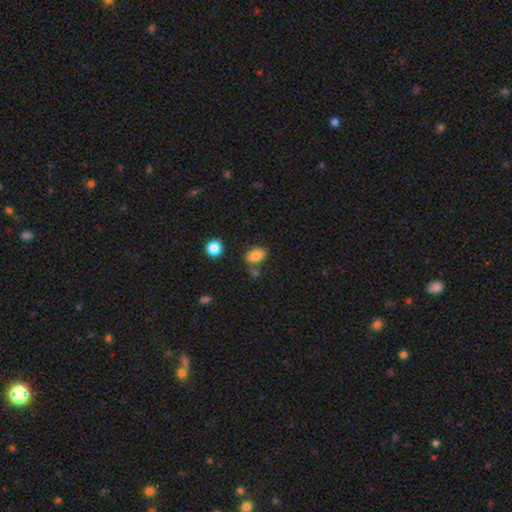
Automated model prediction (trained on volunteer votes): Smooth or featured: smooth — 84% (star or artifact — 10%)
How rounded: in between — 80% (round — 18%)
Merging: none — 67% (minor disturbance — 17%)